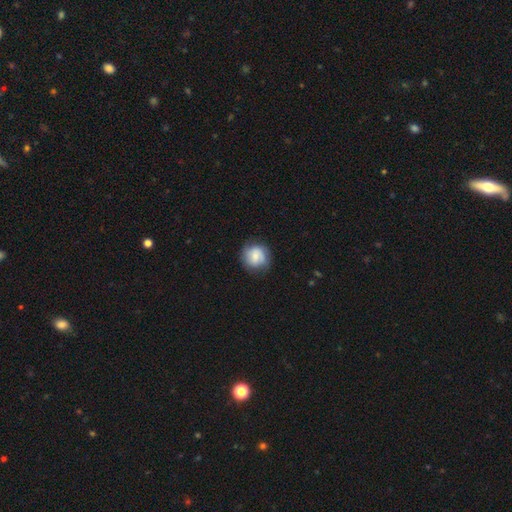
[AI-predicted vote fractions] This is possibly a smooth galaxy (59%). How rounded: clearly round (87%). Merging: likely none (75%).